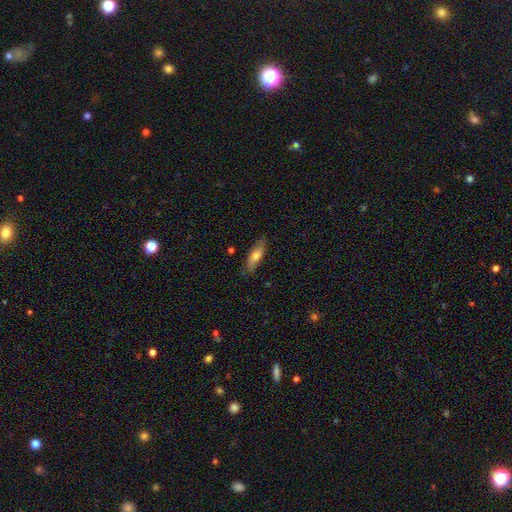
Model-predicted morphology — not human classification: Smooth or featured? smooth (68%)
How rounded? in between (53%)
Merging? none (81%)